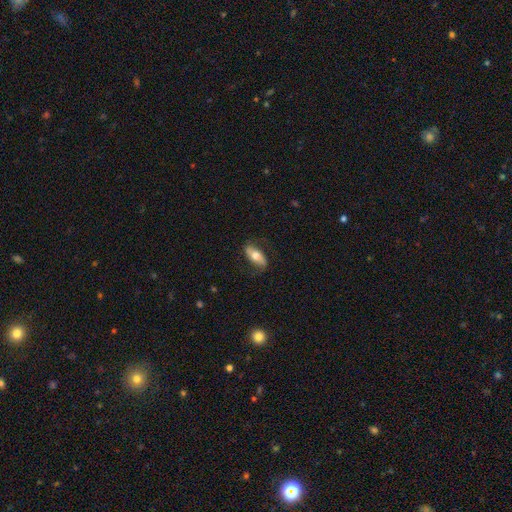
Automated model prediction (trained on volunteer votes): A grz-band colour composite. It shows a smooth galaxy with no disk features (51%) that is in between round and cigar-shaped (77%). Merging: none (75%).